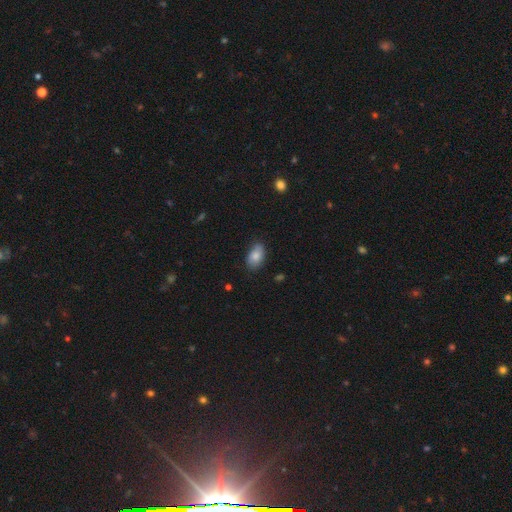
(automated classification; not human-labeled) Smooth or featured? Predicted: smooth (p=0.80). How rounded? Predicted: in between (p=0.90). Merging? Predicted: none (p=0.68).